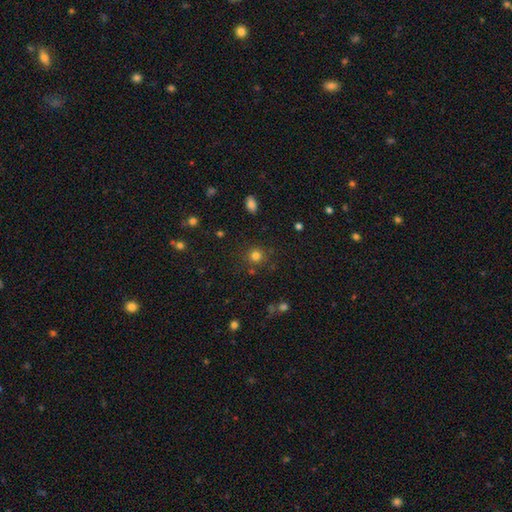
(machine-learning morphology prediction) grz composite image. It shows a smooth galaxy with no disk features (78%) that is round (92%). Merging: none (85%).